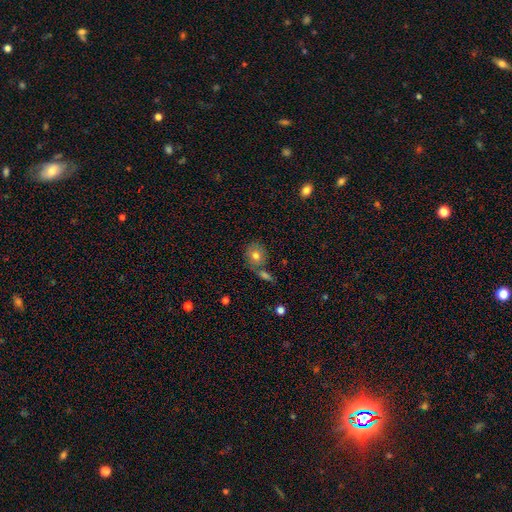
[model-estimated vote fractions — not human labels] The model was most divided on "merging": none: 63%, merger: 21%, minor disturbance: 13%, major disturbance: 4%. More confident: smooth or featured — smooth (76%); how rounded — round (72%).